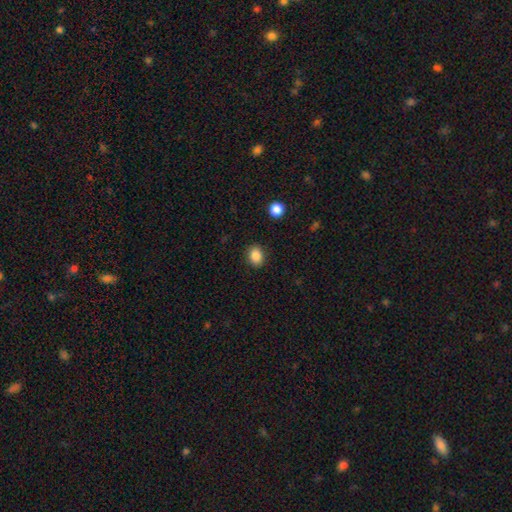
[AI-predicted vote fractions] smooth-or-featured: smooth: 87% | star or artifact: 9% | featured or disk: 3%
  how-rounded: in between: 53% | round: 46% | cigar-shaped: 1%
  merging: none: 88% | minor disturbance: 8% | major disturbance: 2% | merger: 1%